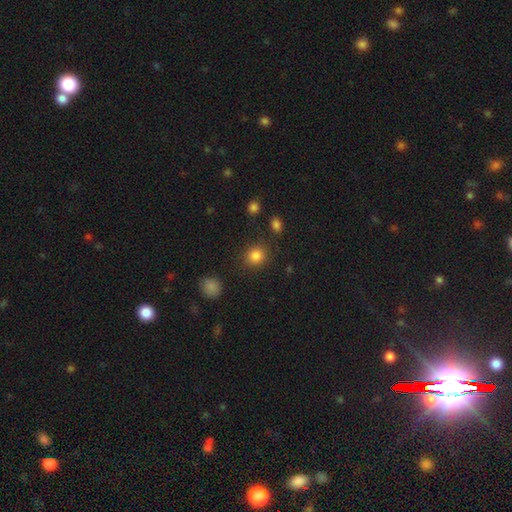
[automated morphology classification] This is clearly a smooth galaxy (85%). How rounded: clearly round (86%). Merging: clearly none (86%).